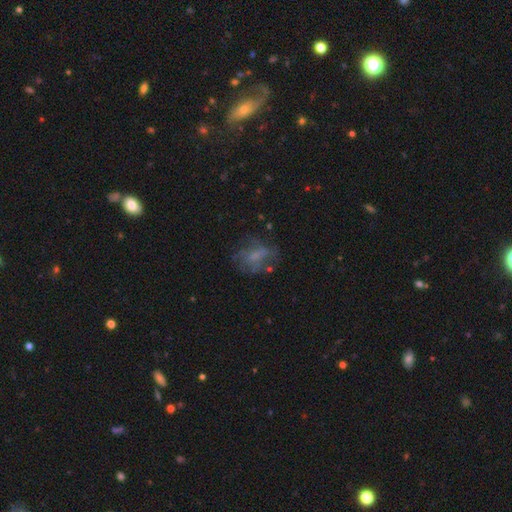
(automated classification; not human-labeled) This appears to be a featured or disk galaxy (50%). Merging: none (53%).